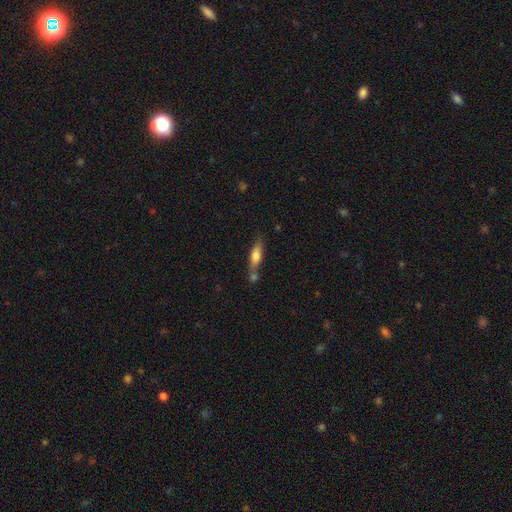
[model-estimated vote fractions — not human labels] smooth-or-featured: smooth: 65% | featured or disk: 28% | star or artifact: 7%
  how-rounded: cigar-shaped: 56% | in between: 41% | round: 3%
  merging: none: 49% | merger: 30% | minor disturbance: 16% | major disturbance: 5%